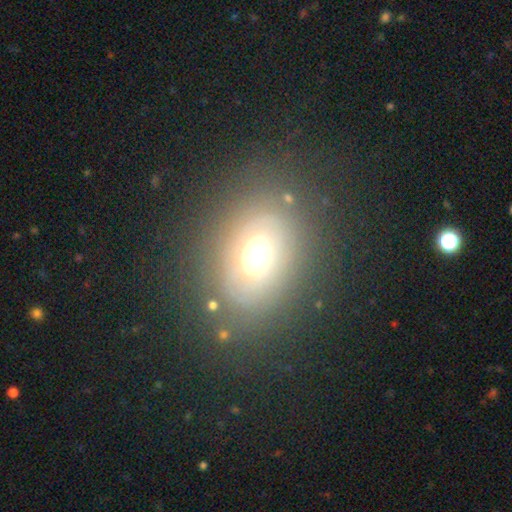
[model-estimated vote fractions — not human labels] Smooth or featured: smooth — 49% (featured or disk — 37%)
Merging: none — 76% (minor disturbance — 13%)